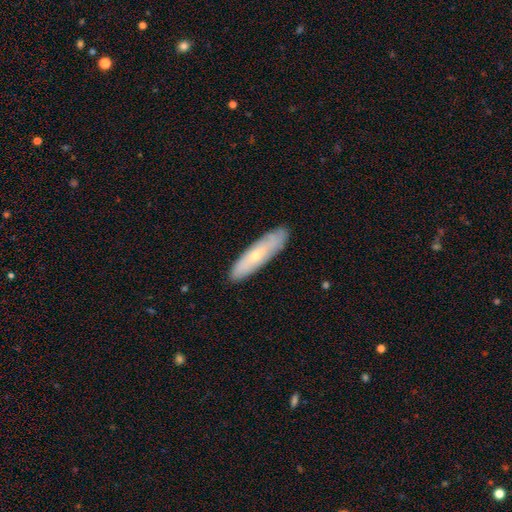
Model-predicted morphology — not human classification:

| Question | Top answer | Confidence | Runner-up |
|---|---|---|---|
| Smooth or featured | smooth | 49% | featured or disk (44%) |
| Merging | none | 86% | minor disturbance (11%) |